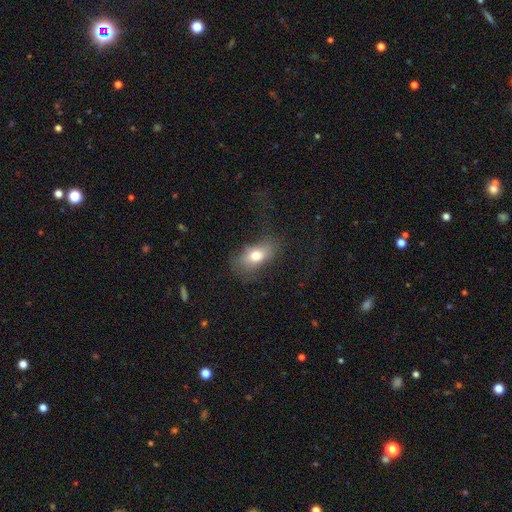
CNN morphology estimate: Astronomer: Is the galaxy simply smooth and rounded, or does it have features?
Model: smooth — 72%.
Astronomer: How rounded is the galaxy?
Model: in between — 85%.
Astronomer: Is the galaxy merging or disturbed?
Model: none — 57%.